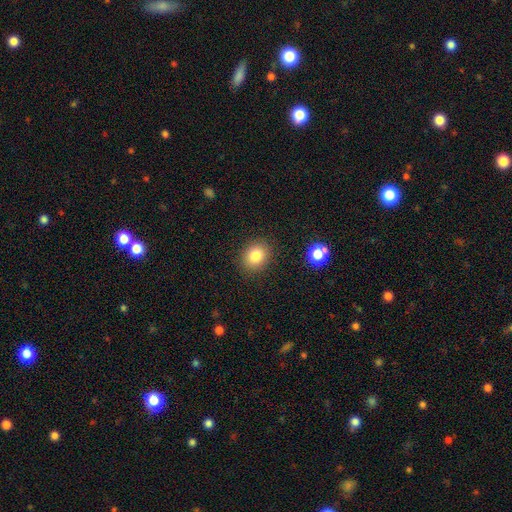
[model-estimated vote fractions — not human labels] Overall: smooth (83%). How rounded: round (62%; in between 37%). Merging: none (88%).